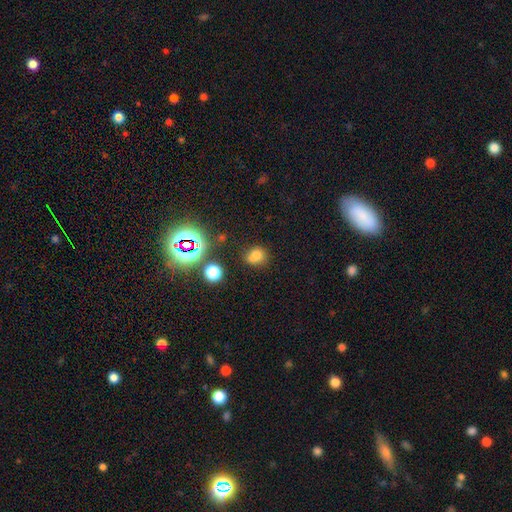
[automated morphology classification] Smooth or featured?
  - smooth: 71% *
  - star or artifact: 22%
  - featured or disk: 7%
How rounded?
  - round: 59% *
  - in between: 40%
  - cigar-shaped: 1%
Merging?
  - none: 67% *
  - minor disturbance: 18%
  - merger: 9%
  - major disturbance: 6%